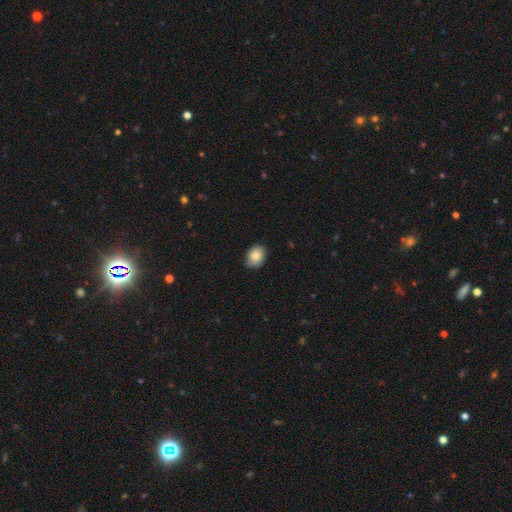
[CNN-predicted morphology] Overall: smooth (84%). How rounded: in between (63%; round 36%). Merging: none (81%).